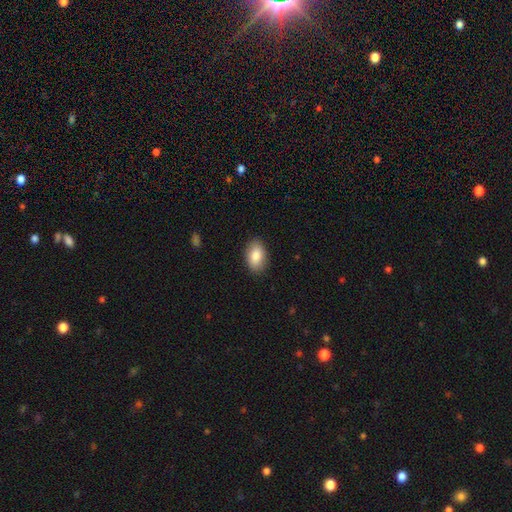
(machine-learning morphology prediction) Smooth or featured? Predicted: smooth (p=0.84). How rounded? Predicted: in between (p=0.90). Merging? Predicted: none (p=0.88).